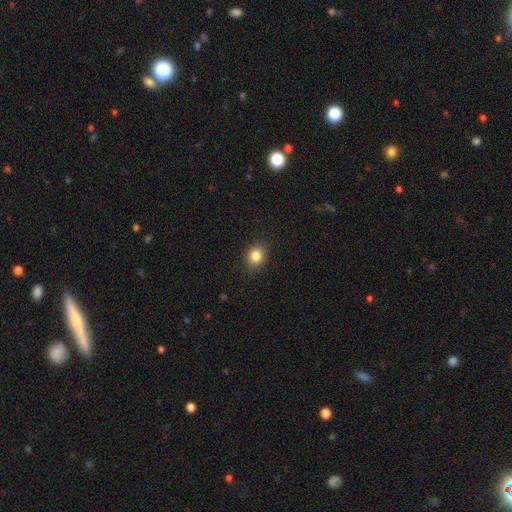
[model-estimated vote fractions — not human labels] smooth_or_featured: smooth (p=0.84) [alt: star or artifact p=0.11]
how_rounded: round (p=0.56) [alt: in between p=0.43]
merging: none (p=0.87) [alt: minor disturbance p=0.09]